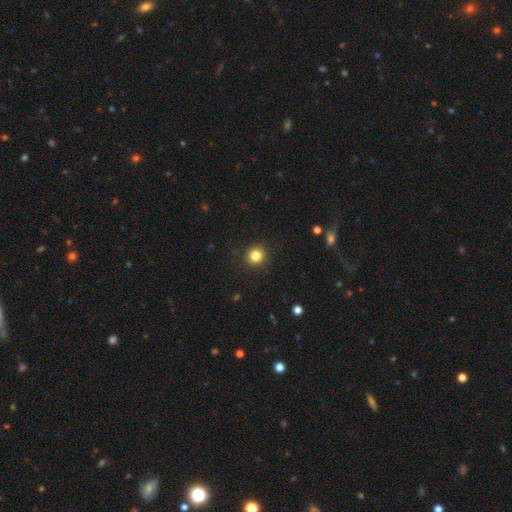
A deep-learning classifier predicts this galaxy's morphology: smooth-or-featured: smooth: 83% | star or artifact: 12% | featured or disk: 5%
  how-rounded: round: 94% | in between: 5% | cigar-shaped: 1%
  merging: none: 92% | minor disturbance: 5% | major disturbance: 2% | merger: 1%